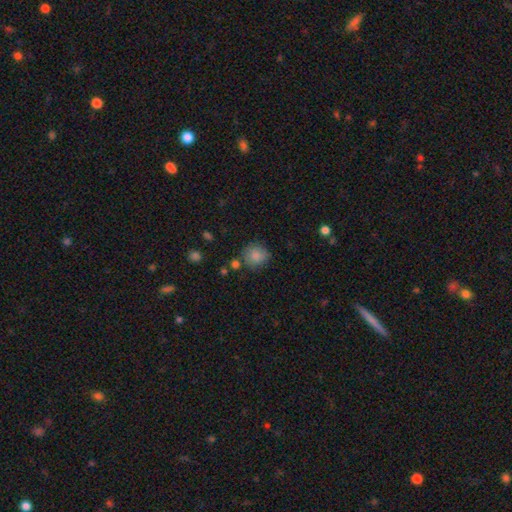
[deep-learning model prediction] This is clearly a smooth galaxy (84%). How rounded: clearly round (86%). Merging: likely none (72%).